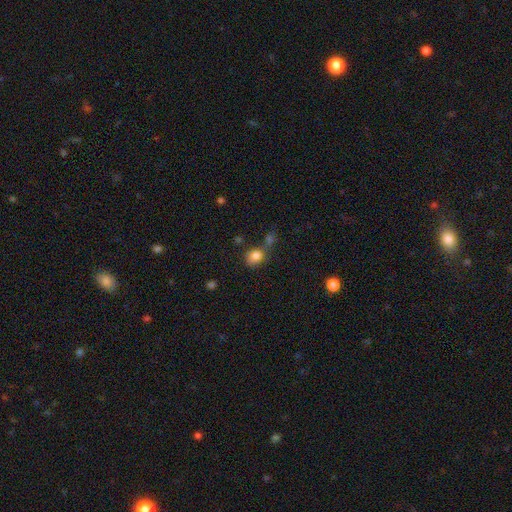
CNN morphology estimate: type=smooth (82%); roundness=round (63%); merging=none (50%).